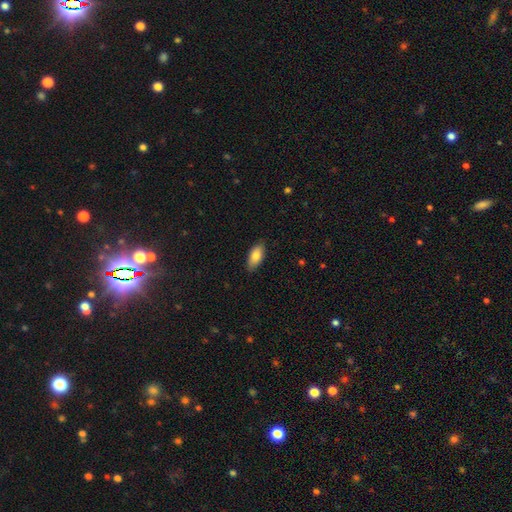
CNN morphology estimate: This is clearly a smooth galaxy (83%). How rounded: clearly in between (90%). Merging: clearly none (85%).